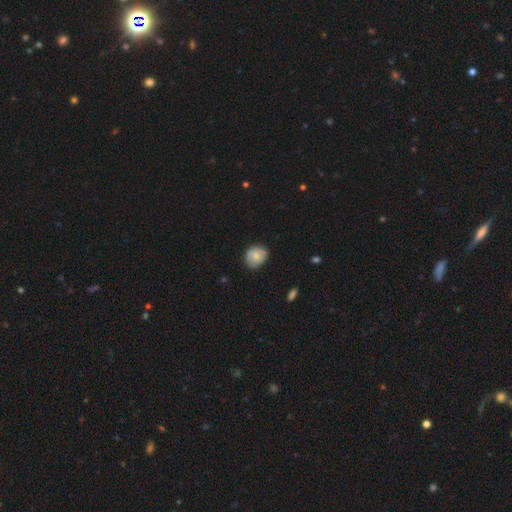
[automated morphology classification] Overall: smooth (74%). How rounded: round (72%). Merging: none (74%).